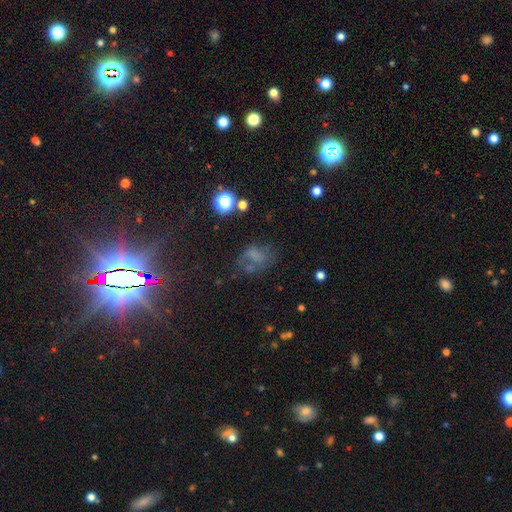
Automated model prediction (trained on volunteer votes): The model was most divided on "merging": none: 40%, major disturbance: 30%, minor disturbance: 22%, merger: 8%. Remaining: smooth or featured — smooth (42%).